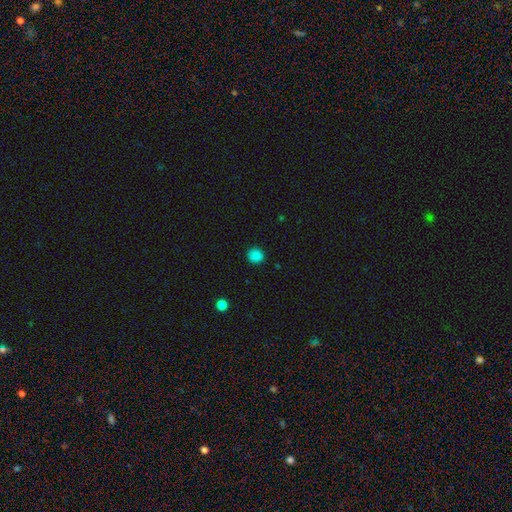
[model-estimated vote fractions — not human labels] smooth-or-featured: smooth: 84% | star or artifact: 13% | featured or disk: 3%
  how-rounded: round: 87% | in between: 12% | cigar-shaped: 1%
  merging: none: 89% | minor disturbance: 8% | major disturbance: 2% | merger: 1%